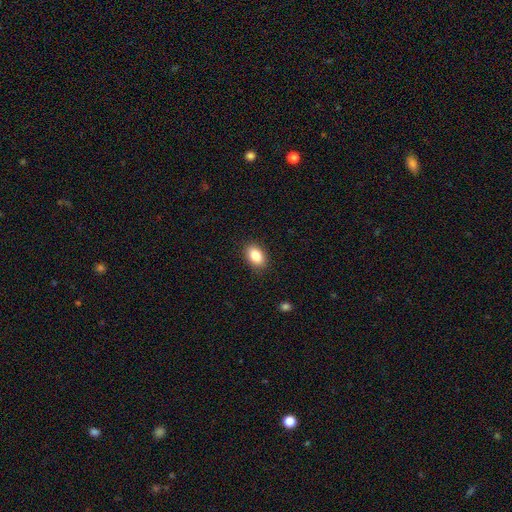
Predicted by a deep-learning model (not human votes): Morphology: type=smooth (85%); roundness=in between (88%); merging=none (89%).